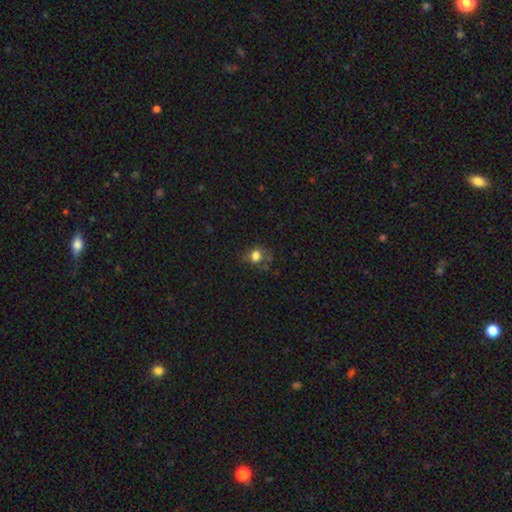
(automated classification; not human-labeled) A smooth galaxy with no disk features (76%) that is round (67%). Merging: none (62%).